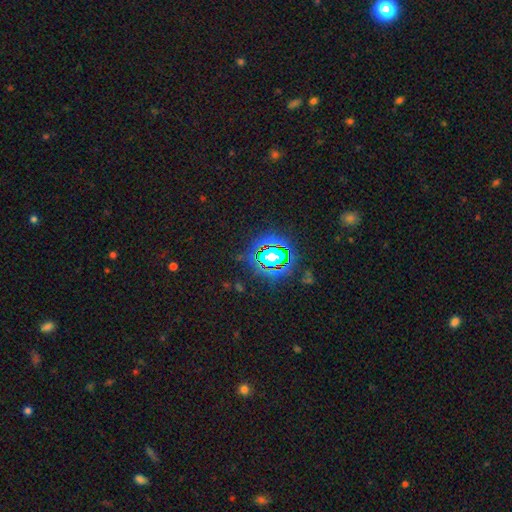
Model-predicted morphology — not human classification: Smooth or featured: star or artifact — 82% (smooth — 10%)